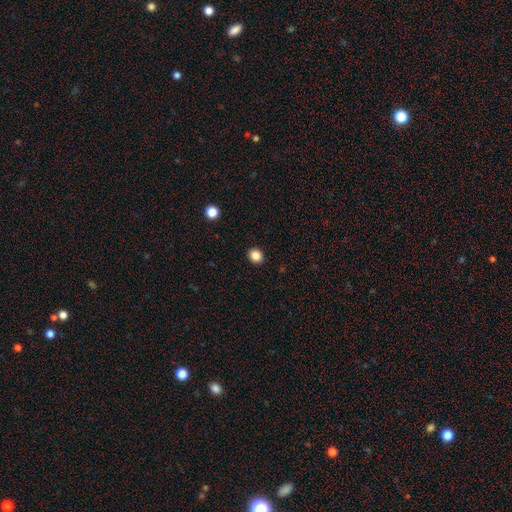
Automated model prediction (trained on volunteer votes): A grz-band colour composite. It shows a smooth galaxy with no disk features (86%) that is round (78%). Merging: none (92%).